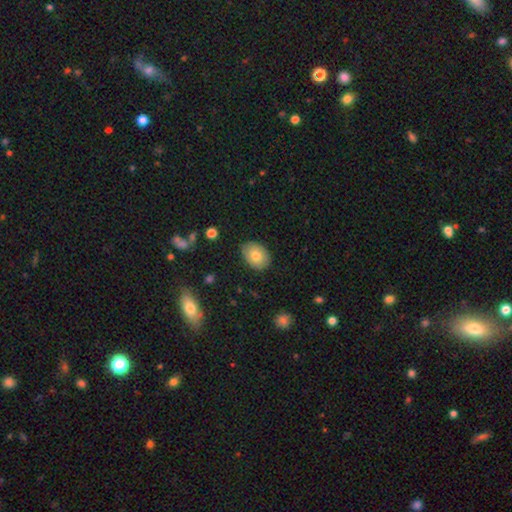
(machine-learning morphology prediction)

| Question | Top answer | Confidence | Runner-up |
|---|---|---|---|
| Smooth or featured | smooth | 76% | featured or disk (16%) |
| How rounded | in between | 71% | round (28%) |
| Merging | none | 81% | minor disturbance (15%) |